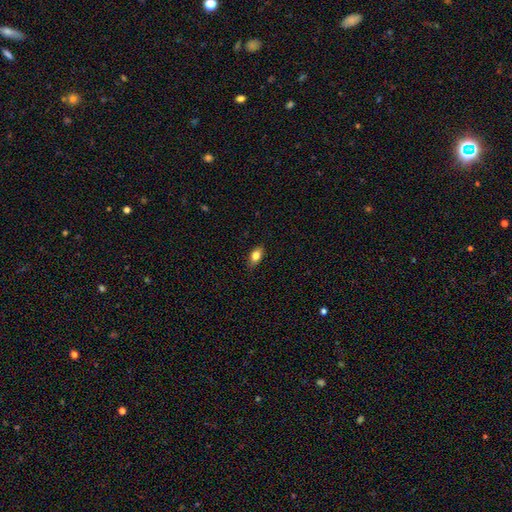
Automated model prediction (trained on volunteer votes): This appears to be a smooth galaxy with no disk features (78%) that is in between round and cigar-shaped (84%). Merging: none (84%).